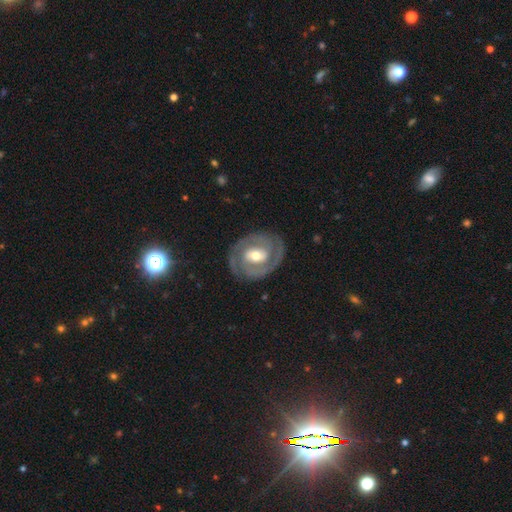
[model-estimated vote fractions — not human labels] Q: Smooth or featured?
A: featured or disk (79%); runner-up: smooth (16%)
Q: Edge-on disk?
A: no (96%); runner-up: yes (4%)
Q: Bar?
A: no (39%); runner-up: weak (38%)
Q: Spiral arms?
A: yes (80%); runner-up: no (20%)
Q: Spiral winding?
A: tight (61%); runner-up: medium (31%)
Q: Spiral arm count?
A: 2 (77%); runner-up: can't tell (12%)
Q: Bulge size?
A: moderate (68%); runner-up: small (22%)
Q: Merging?
A: none (82%); runner-up: minor disturbance (12%)